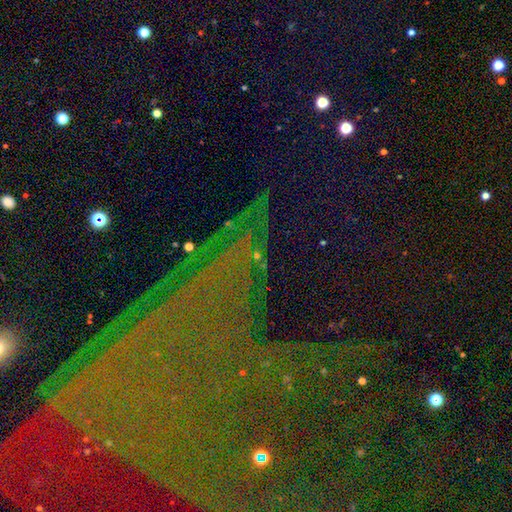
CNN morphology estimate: Smooth or featured? Predicted: star or artifact (p=0.77).